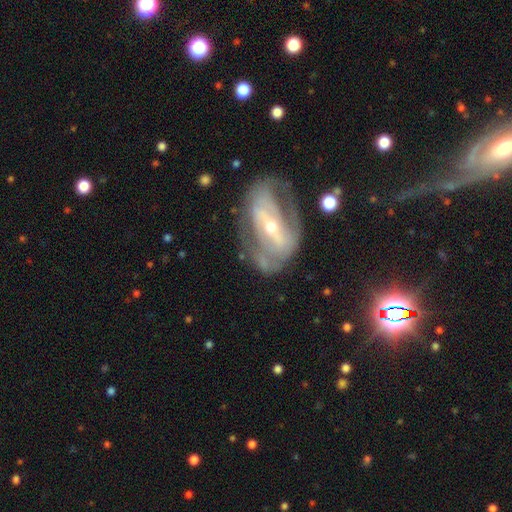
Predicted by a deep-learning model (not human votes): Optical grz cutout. It shows a featured or disk galaxy (82%) with a strong bar (55%), 2 (65%) medium (40%) spiral arms (76%) and a small central bulge (60%). Merging: none (58%).